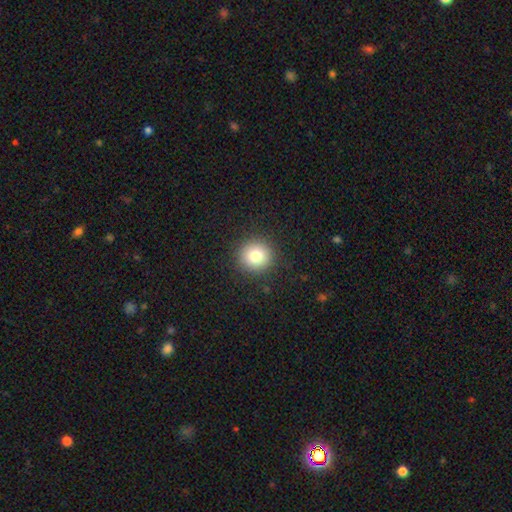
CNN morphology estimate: This appears to be a smooth galaxy with no disk features (80%) that is round (94%). Merging: none (91%).